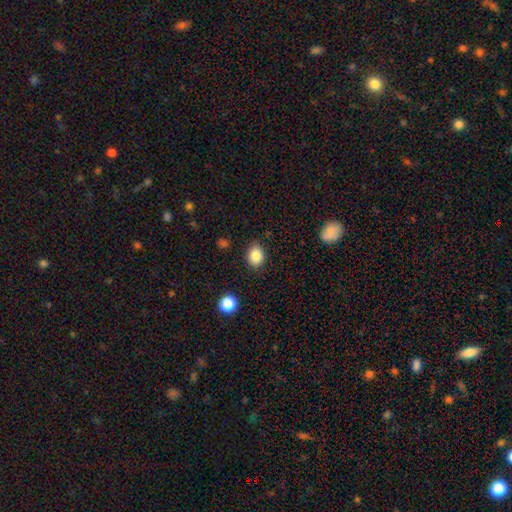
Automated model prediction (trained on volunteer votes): smooth_or_featured: smooth (p=0.85) [alt: star or artifact p=0.10]
how_rounded: in between (p=0.57) [alt: round p=0.42]
merging: none (p=0.86) [alt: minor disturbance p=0.10]